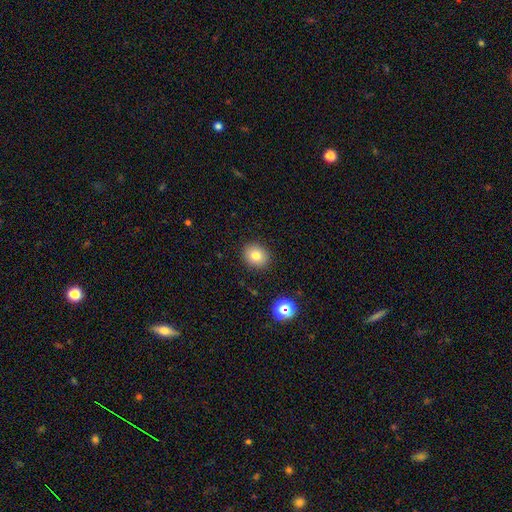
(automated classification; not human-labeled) smooth 80%, star or artifact 11%, featured or disk 8%. Down the decision tree: how rounded — round (67%); merging — none (89%).